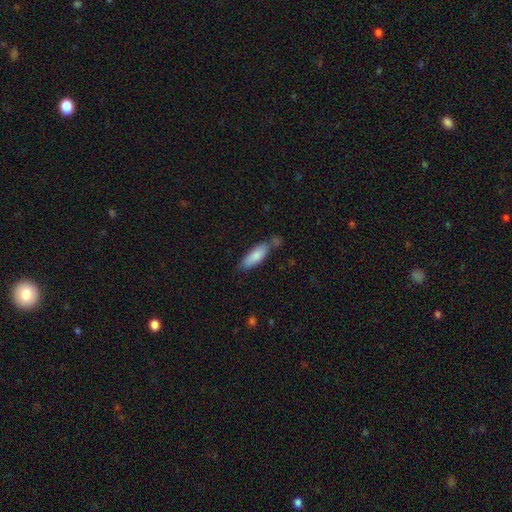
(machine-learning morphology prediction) smooth 82%, featured or disk 12%, star or artifact 6%. Down the decision tree: how rounded — in between (54%); merging — none (63%).